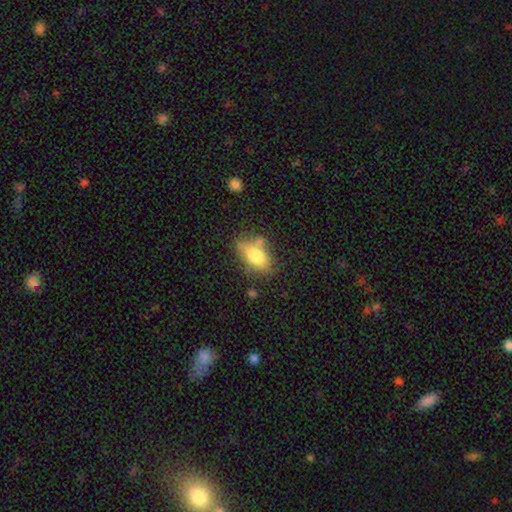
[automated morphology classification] smooth-or-featured: smooth: 77% | featured or disk: 16% | star or artifact: 7%
  how-rounded: in between: 89% | round: 6% | cigar-shaped: 6%
  merging: none: 58% | minor disturbance: 24% | merger: 10% | major disturbance: 8%